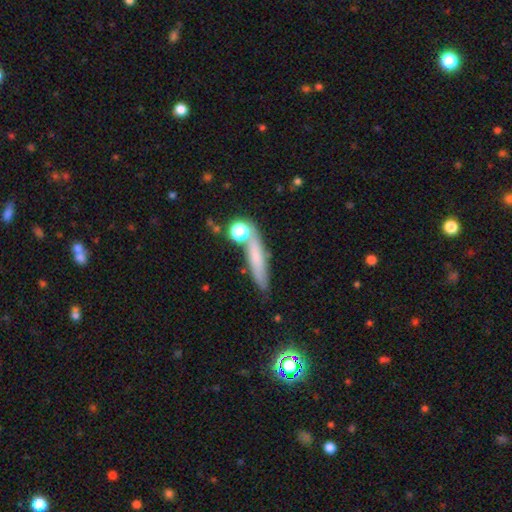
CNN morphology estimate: Smooth or featured: smooth — 63% (featured or disk — 25%)
How rounded: cigar-shaped — 79% (in between — 14%)
Merging: none — 68% (minor disturbance — 15%)